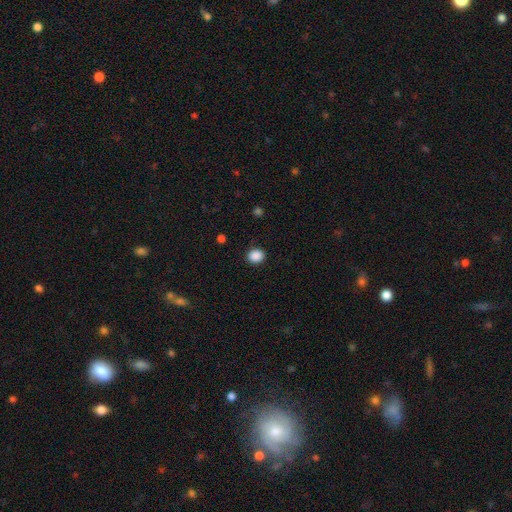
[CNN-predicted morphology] smooth_or_featured: smooth (p=0.88) [alt: star or artifact p=0.09]
how_rounded: round (p=0.72) [alt: in between p=0.28]
merging: none (p=0.90) [alt: minor disturbance p=0.07]